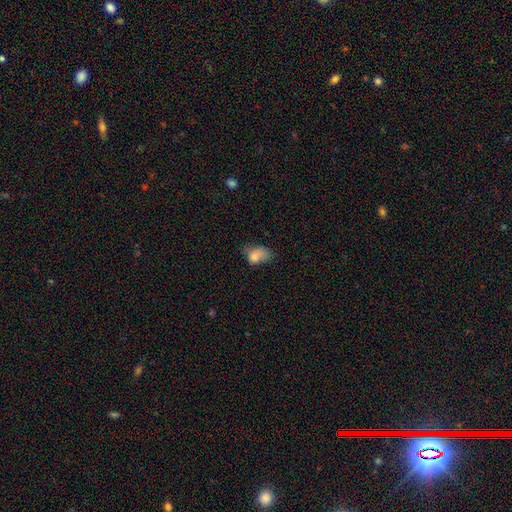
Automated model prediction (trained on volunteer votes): This appears to be a smooth galaxy with no disk features (77%) that is in between round and cigar-shaped (79%). Merging: minor disturbance (37%).